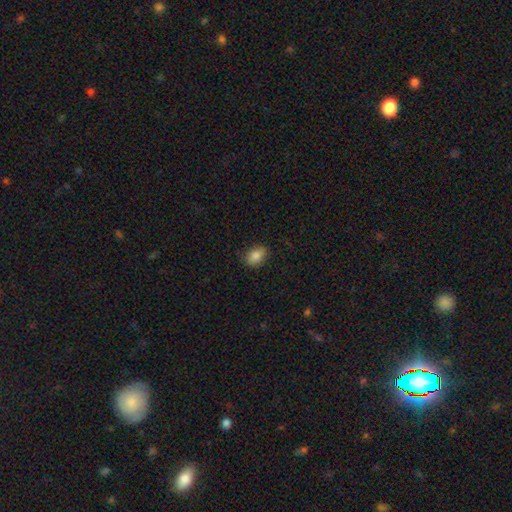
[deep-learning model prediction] Overall: smooth (84%). How rounded: in between (76%). Merging: none (80%).